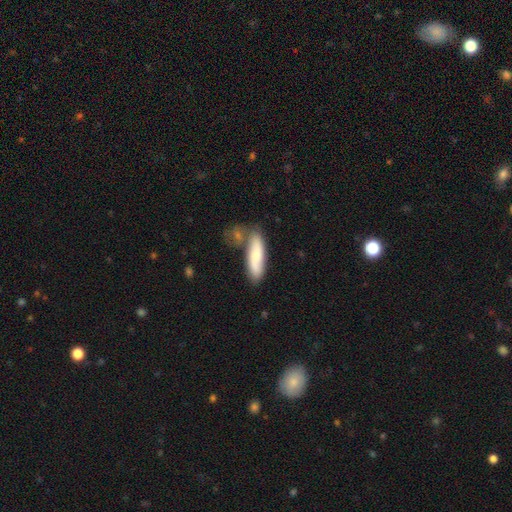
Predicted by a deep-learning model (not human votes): This is likely a smooth galaxy (62%). How rounded: possibly cigar-shaped (56%). Merging: likely none (62%).